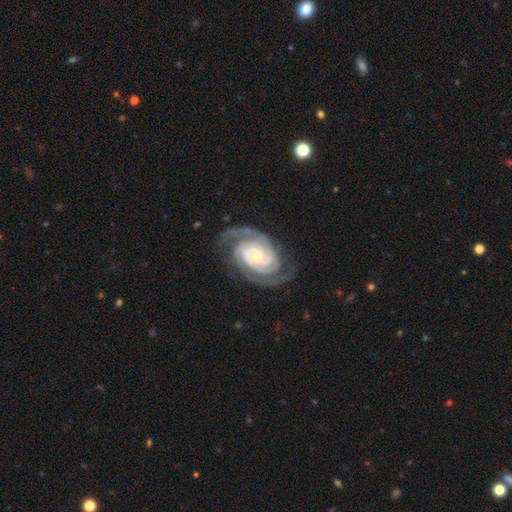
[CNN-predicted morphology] featured or disk 93%, star or artifact 4%, smooth 3%. Down the decision tree: edge-on disk — no (97%); bar — no (64%); spiral arms — yes (99%); spiral arm count — 2 (72%); spiral winding — tight (72%); bulge size — small (64%); merging — none (79%).